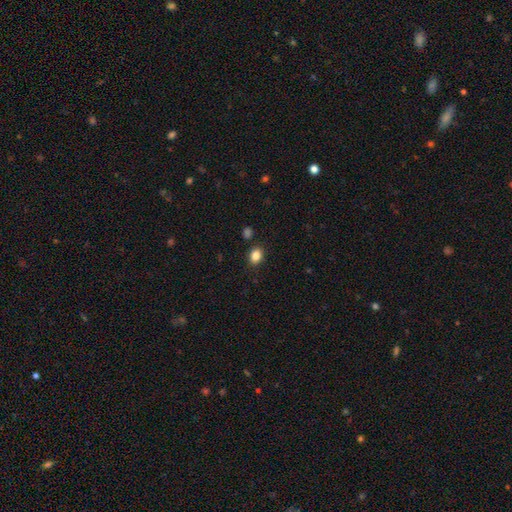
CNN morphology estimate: The model was most divided on "how rounded": in between: 60%, round: 39%, cigar-shaped: 1%. More confident: merging — none (87%); smooth or featured — smooth (85%).